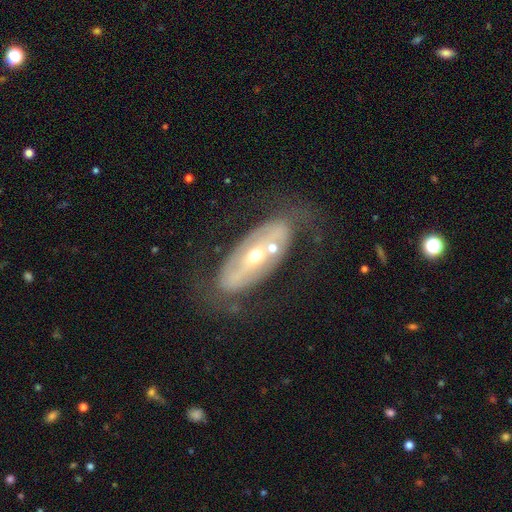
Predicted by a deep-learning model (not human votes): Smooth or featured?
  - featured or disk: 74% *
  - smooth: 19%
  - star or artifact: 7%
Edge-on disk?
  - no: 87% *
  - yes: 13%
Bar?
  - no: 56% *
  - strong: 23%
  - weak: 21%
Spiral arms?
  - no: 52% *
  - yes: 48%
Bulge size?
  - moderate: 60% *
  - small: 33%
  - large: 4%
  - dominant: 1%
  - none: 1%
Merging?
  - none: 57% *
  - minor disturbance: 17%
  - major disturbance: 16%
  - merger: 10%